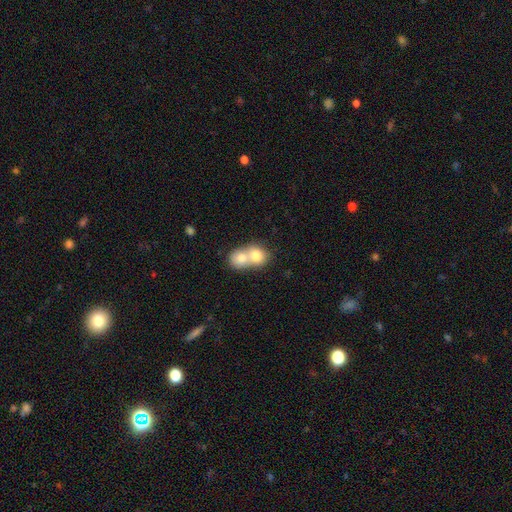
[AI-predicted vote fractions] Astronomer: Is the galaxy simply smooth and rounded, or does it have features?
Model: smooth — 72%.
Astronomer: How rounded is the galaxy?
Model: round — 64%.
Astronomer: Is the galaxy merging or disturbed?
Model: merger — 76%.